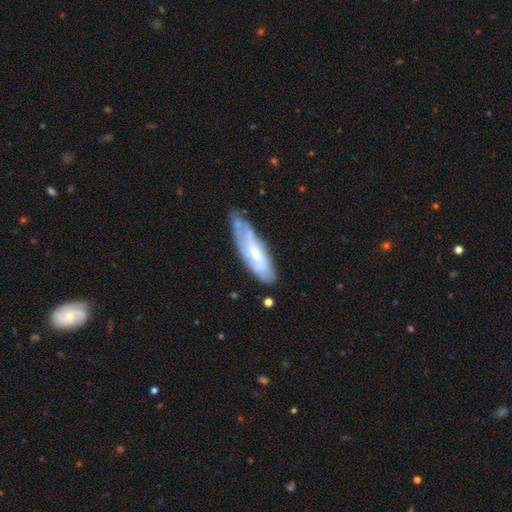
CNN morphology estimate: smooth_or_featured: featured or disk (p=0.49) [alt: smooth p=0.42]
merging: none (p=0.66) [alt: minor disturbance p=0.24]